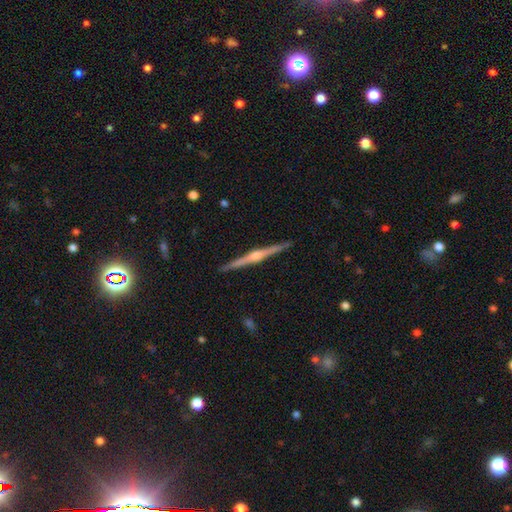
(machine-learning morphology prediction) This is clearly a featured or disk galaxy (83%). It is clearly viewed edge-on (98%). Edge-on bulge: clearly rounded (85%). Merging: clearly none (92%).